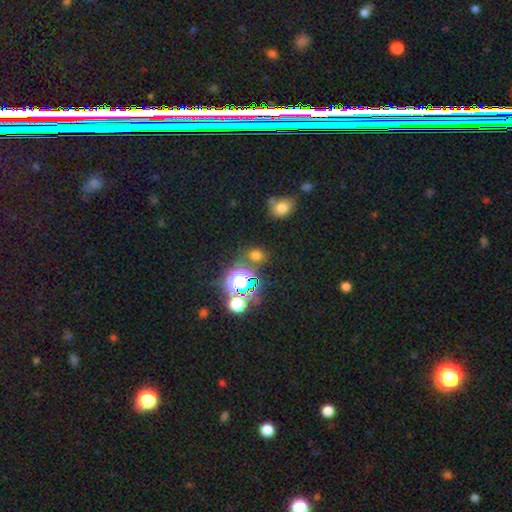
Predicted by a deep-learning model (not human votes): This is possibly a smooth galaxy (58%). How rounded: likely round (68%). Merging: likely none (73%).